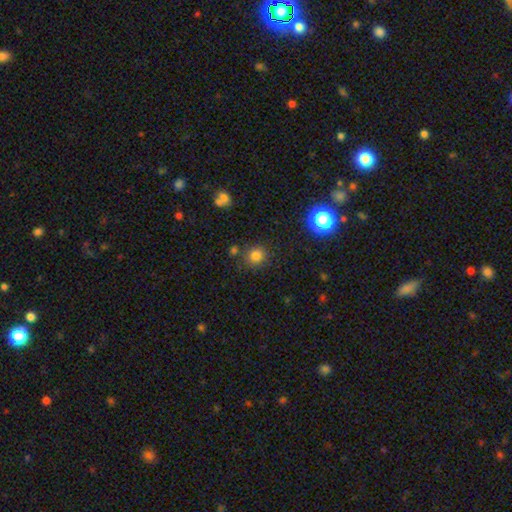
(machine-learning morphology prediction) smooth-or-featured: smooth: 79% | star or artifact: 15% | featured or disk: 6%
  how-rounded: round: 89% | in between: 10% | cigar-shaped: 1%
  merging: none: 83% | minor disturbance: 9% | merger: 5% | major disturbance: 3%